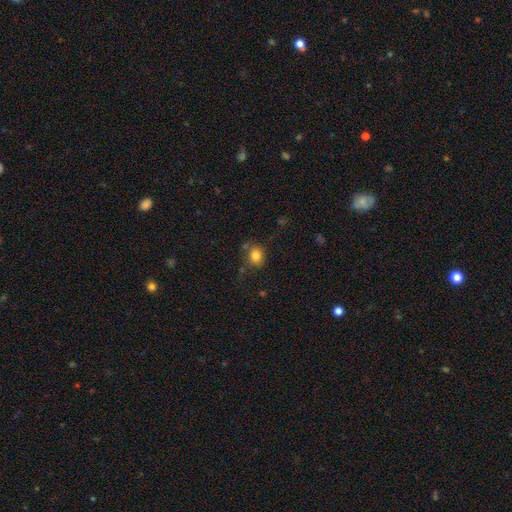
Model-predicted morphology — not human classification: smooth-or-featured: smooth: 81% | star or artifact: 11% | featured or disk: 7%
  how-rounded: round: 71% | in between: 28% | cigar-shaped: 1%
  merging: none: 72% | minor disturbance: 16% | merger: 7% | major disturbance: 5%